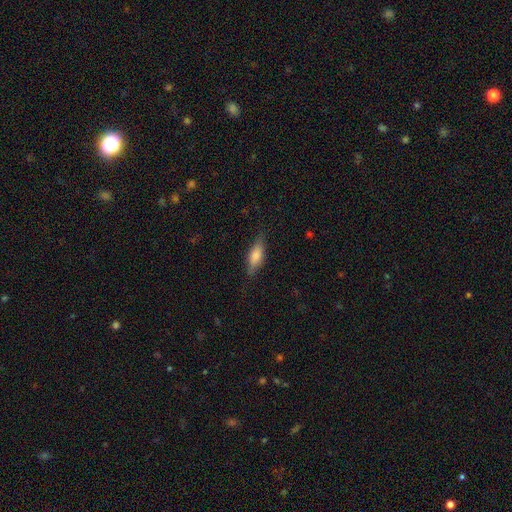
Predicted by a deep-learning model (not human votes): The model was most divided on "how rounded": in between: 64%, cigar-shaped: 34%, round: 3%. More confident: merging — none (77%); smooth or featured — smooth (69%).